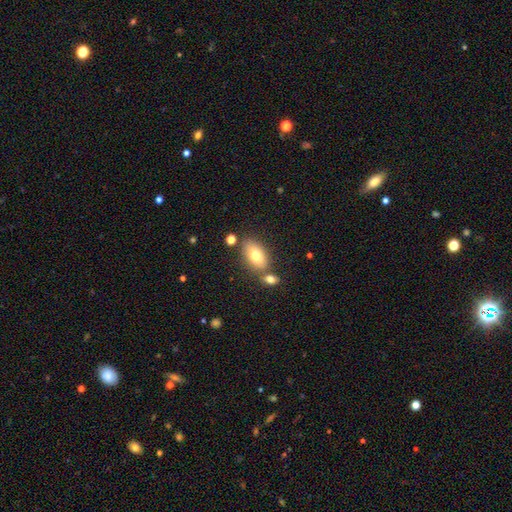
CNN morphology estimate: This is likely a smooth galaxy (74%). How rounded: clearly in between (89%). Merging: likely none (67%).